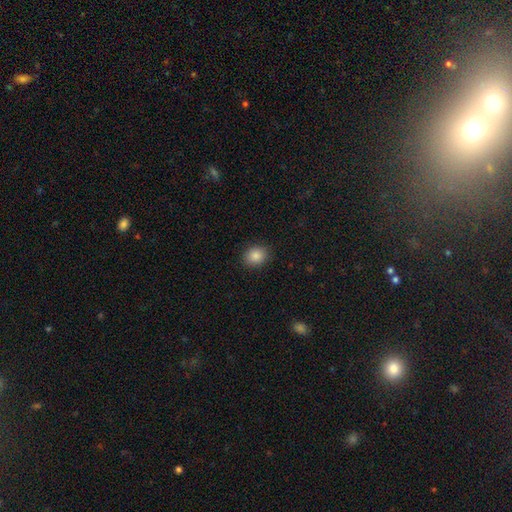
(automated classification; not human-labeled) Smooth or featured? smooth (87%)
How rounded? round (60%)
Merging? none (89%)